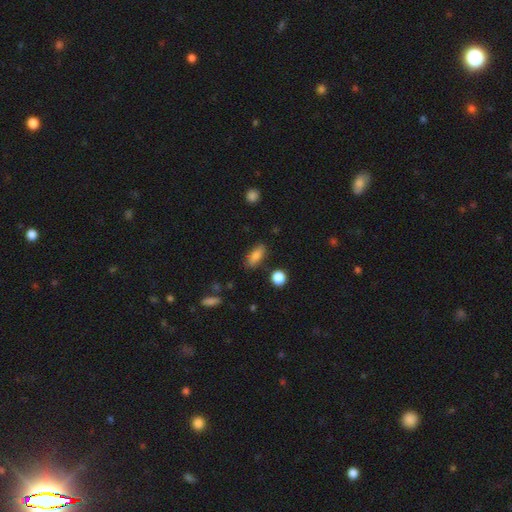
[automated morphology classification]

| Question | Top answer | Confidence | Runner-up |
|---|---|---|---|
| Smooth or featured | smooth | 81% | featured or disk (10%) |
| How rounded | in between | 73% | cigar-shaped (22%) |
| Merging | none | 81% | minor disturbance (13%) |